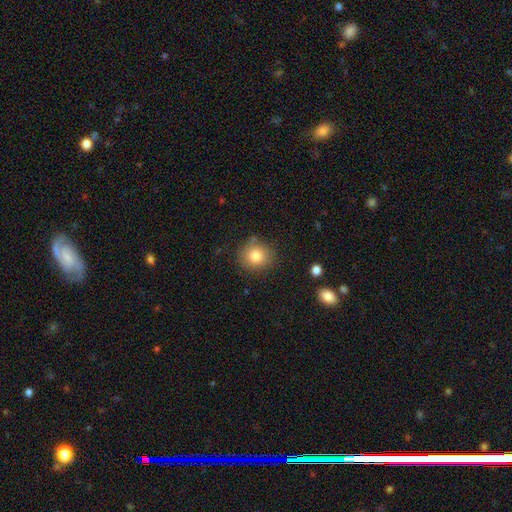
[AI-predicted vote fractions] Q: Smooth or featured?
A: smooth (81%); runner-up: star or artifact (11%)
Q: How rounded?
A: round (83%); runner-up: in between (16%)
Q: Merging?
A: none (78%); runner-up: minor disturbance (15%)